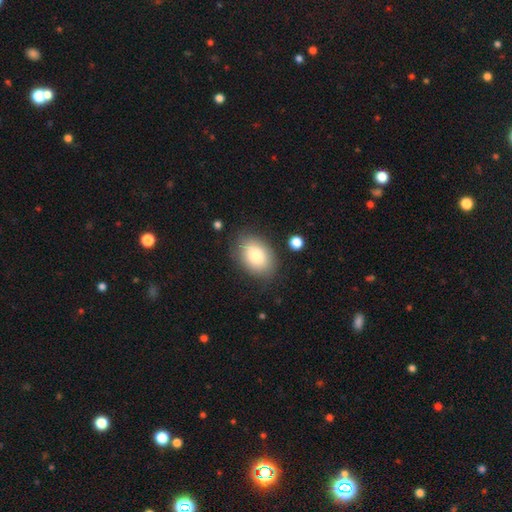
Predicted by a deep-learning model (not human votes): Smooth or featured: smooth — 81% (featured or disk — 12%)
How rounded: in between — 85% (round — 13%)
Merging: none — 81% (minor disturbance — 13%)